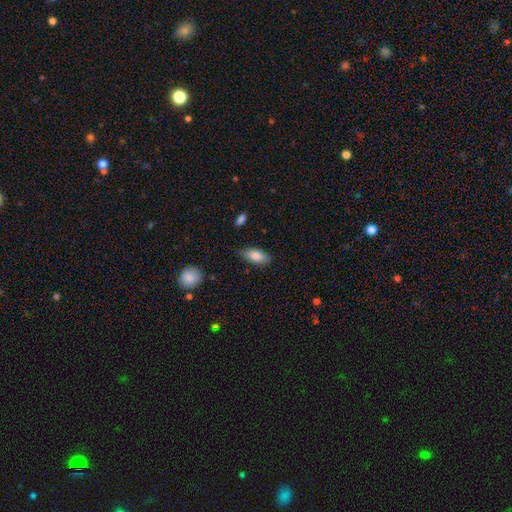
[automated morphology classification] Overall: smooth (85%). How rounded: in between (88%). Merging: none (80%).